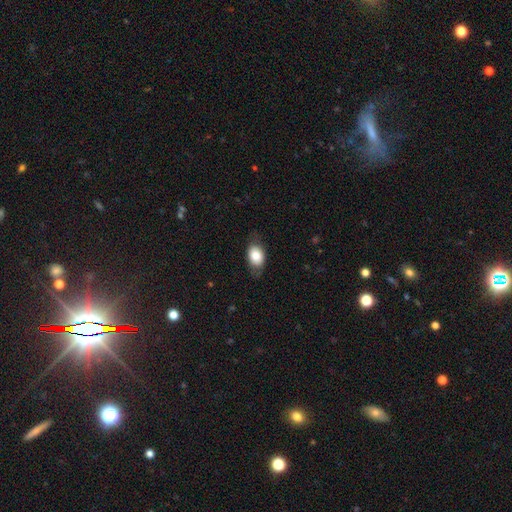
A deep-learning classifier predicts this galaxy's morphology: Smooth or featured: smooth — 79% (featured or disk — 13%)
How rounded: in between — 83% (round — 15%)
Merging: none — 74% (minor disturbance — 19%)